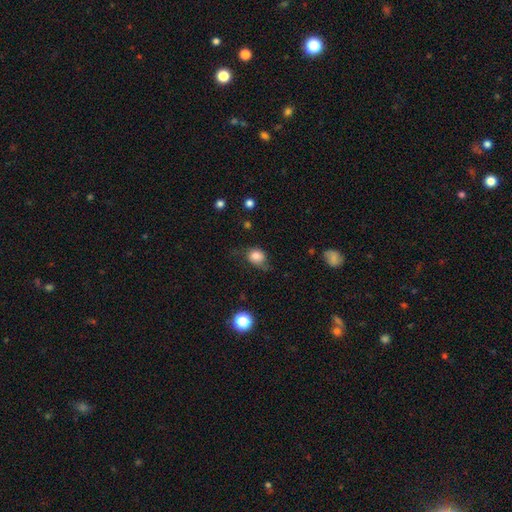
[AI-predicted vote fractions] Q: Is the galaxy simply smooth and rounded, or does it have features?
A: smooth — 76%.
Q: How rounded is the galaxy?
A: round — 61%.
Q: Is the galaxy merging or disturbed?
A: none — 51%.